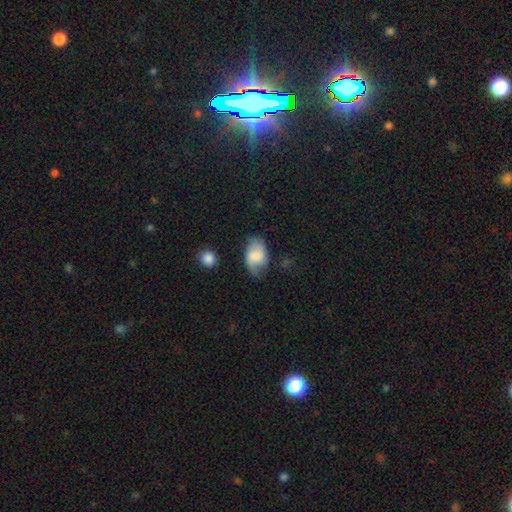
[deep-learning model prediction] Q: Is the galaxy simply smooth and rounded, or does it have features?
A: smooth — 51%.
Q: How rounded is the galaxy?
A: in between — 85%.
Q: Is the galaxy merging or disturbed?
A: none — 57%.